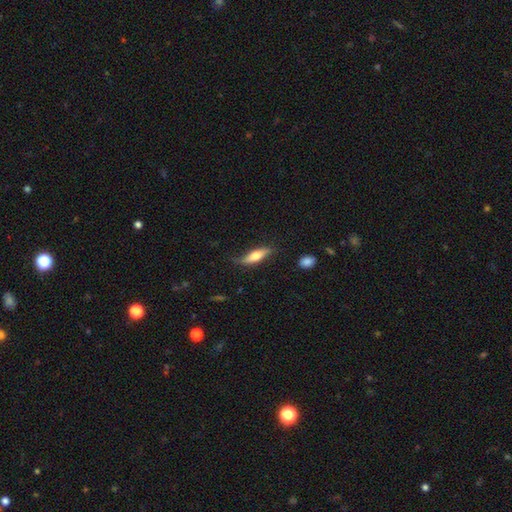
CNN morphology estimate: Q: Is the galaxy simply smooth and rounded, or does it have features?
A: smooth — 55%.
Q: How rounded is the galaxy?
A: cigar-shaped — 54%.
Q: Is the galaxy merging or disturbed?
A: none — 62%.